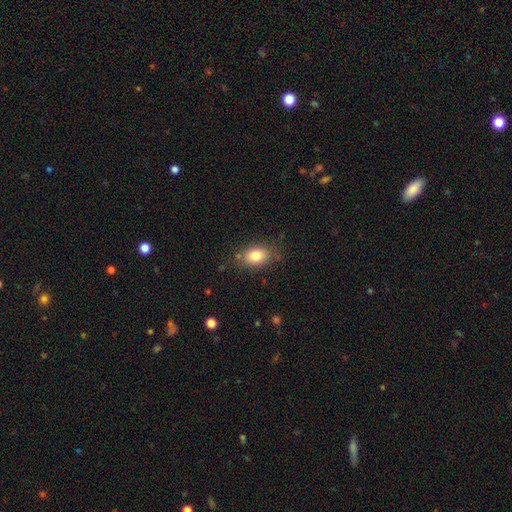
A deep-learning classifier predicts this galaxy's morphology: Overall: smooth (81%). How rounded: in between (78%). Merging: none (78%).